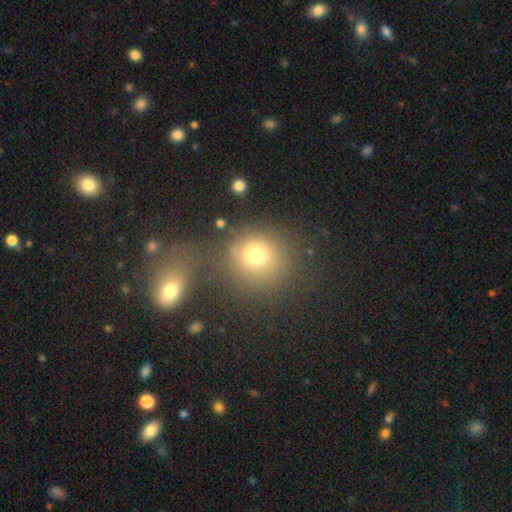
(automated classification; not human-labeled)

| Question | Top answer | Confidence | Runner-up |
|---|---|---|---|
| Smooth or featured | smooth | 74% | star or artifact (15%) |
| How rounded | round | 83% | in between (16%) |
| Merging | none | 59% | merger (24%) |